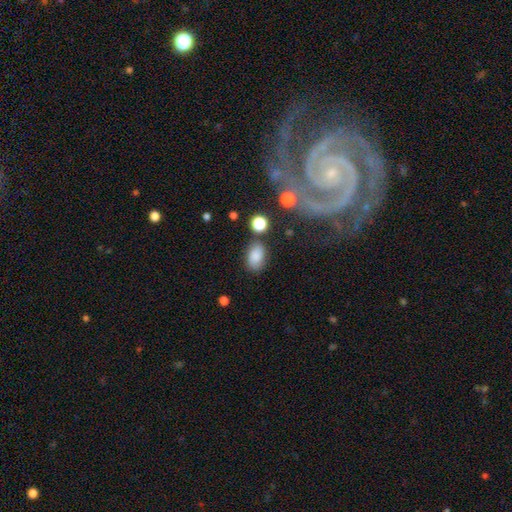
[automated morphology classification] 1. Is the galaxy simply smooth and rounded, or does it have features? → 84% smooth, 10% star or artifact, 6% featured or disk.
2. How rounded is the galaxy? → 88% in between, 10% round, 2% cigar-shaped.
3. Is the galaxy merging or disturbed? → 77% none, 15% minor disturbance, 4% merger, 4% major disturbance.